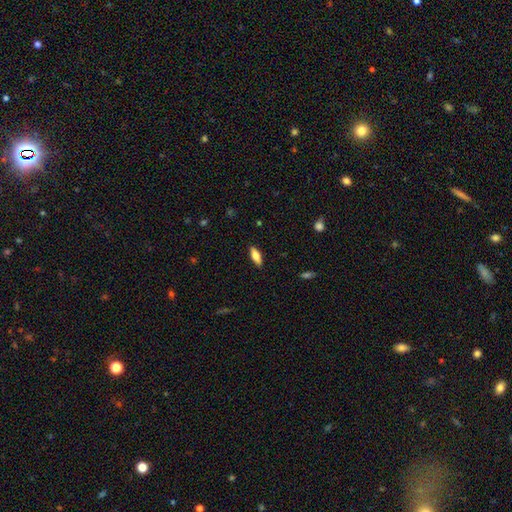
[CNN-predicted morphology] This is likely a smooth galaxy (70%). How rounded: likely in between (68%). Merging: clearly none (88%).